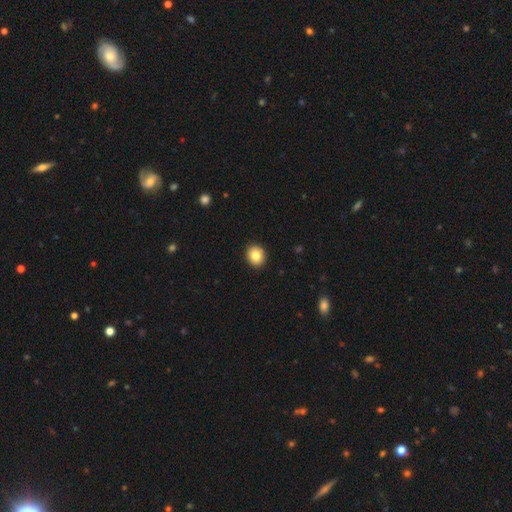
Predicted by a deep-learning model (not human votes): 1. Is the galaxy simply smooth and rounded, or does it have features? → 83% smooth, 9% star or artifact, 8% featured or disk.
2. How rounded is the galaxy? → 74% round, 25% in between, 1% cigar-shaped.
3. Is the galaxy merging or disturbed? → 92% none, 6% minor disturbance, 2% major disturbance, 1% merger.